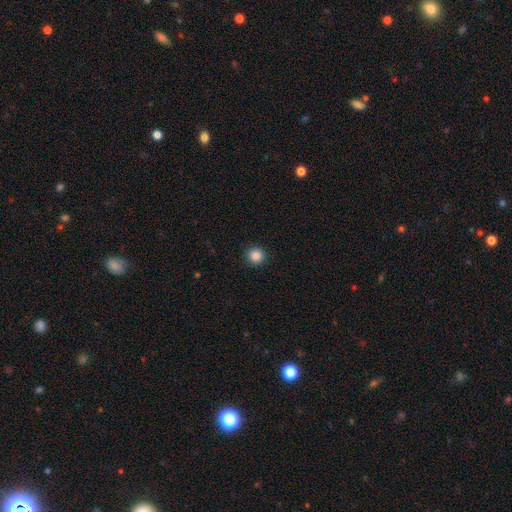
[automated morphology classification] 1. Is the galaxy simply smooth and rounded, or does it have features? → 86% smooth, 11% star or artifact, 3% featured or disk.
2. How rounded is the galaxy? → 94% round, 5% in between, 1% cigar-shaped.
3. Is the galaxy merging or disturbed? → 92% none, 5% minor disturbance, 2% major disturbance, 1% merger.